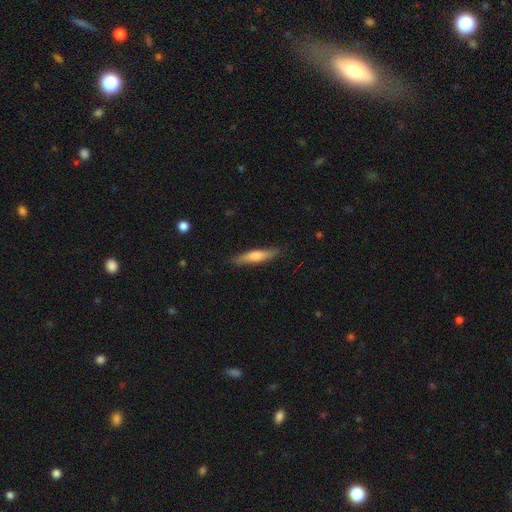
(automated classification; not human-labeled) Smooth or featured?
  - smooth: 57% *
  - featured or disk: 37%
  - star or artifact: 6%
How rounded?
  - cigar-shaped: 86% *
  - in between: 12%
  - round: 2%
Merging?
  - none: 87% *
  - minor disturbance: 10%
  - major disturbance: 2%
  - merger: 1%